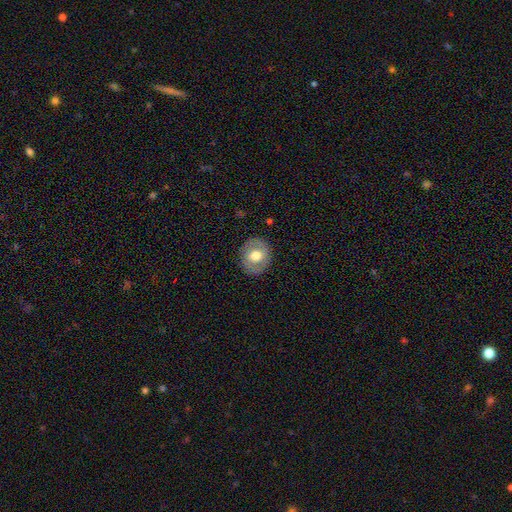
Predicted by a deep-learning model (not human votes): Overall: smooth (53%; featured or disk 40%). How rounded: round (68%; in between 31%). Merging: none (86%).